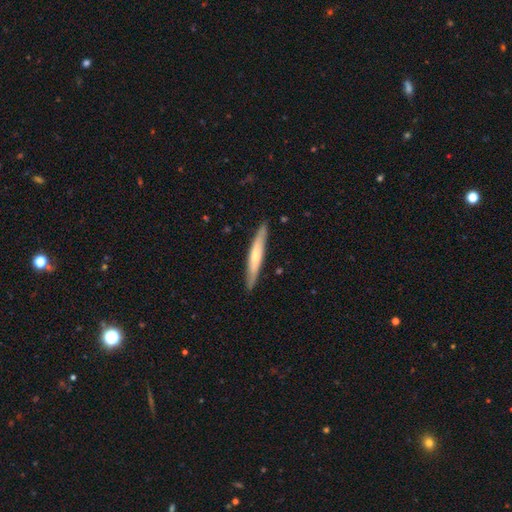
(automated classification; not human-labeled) The model was most divided on "smooth or featured": smooth: 53%, featured or disk: 42%, star or artifact: 5%. More confident: how rounded — cigar-shaped (94%); merging — none (89%).